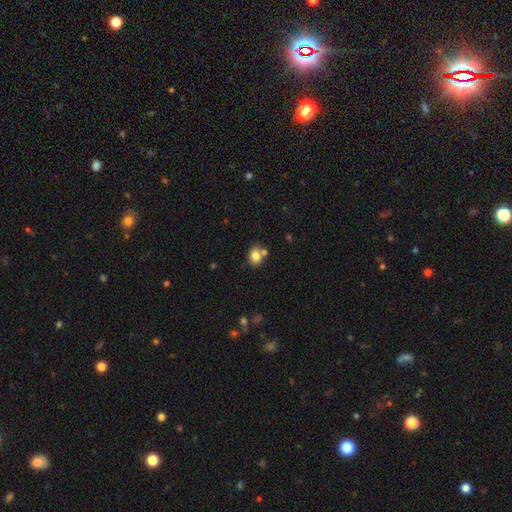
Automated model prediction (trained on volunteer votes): Smooth or featured? smooth (81%)
How rounded? in between (51%)
Merging? none (64%)